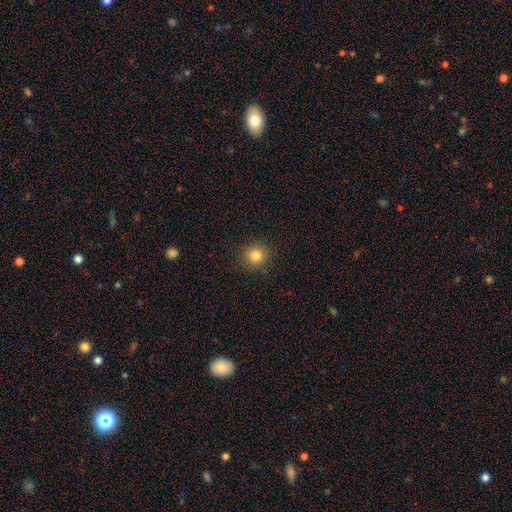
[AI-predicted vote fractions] Smooth or featured? smooth (82%)
How rounded? round (93%)
Merging? none (90%)